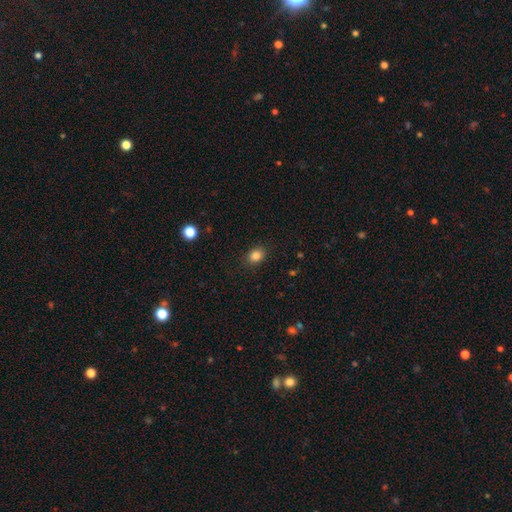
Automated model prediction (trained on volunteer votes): smooth_or_featured: smooth (p=0.85) [alt: star or artifact p=0.11]
how_rounded: in between (p=0.57) [alt: round p=0.42]
merging: none (p=0.87) [alt: minor disturbance p=0.09]